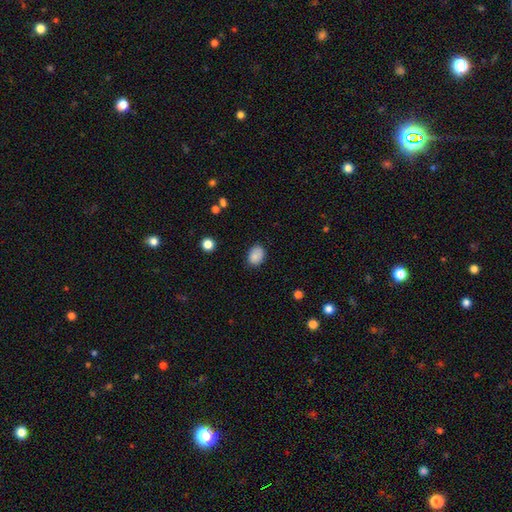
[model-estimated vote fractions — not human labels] Morphology: type=smooth (87%); roundness=in between (67%); merging=none (81%).